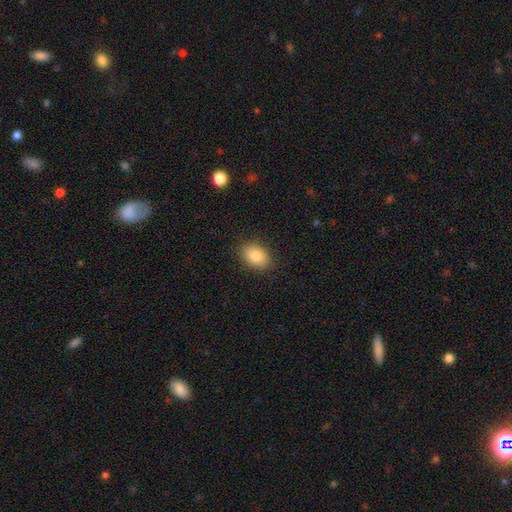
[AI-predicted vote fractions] Q: Smooth or featured?
A: smooth (85%); runner-up: star or artifact (8%)
Q: How rounded?
A: in between (78%); runner-up: round (21%)
Q: Merging?
A: none (88%); runner-up: minor disturbance (9%)